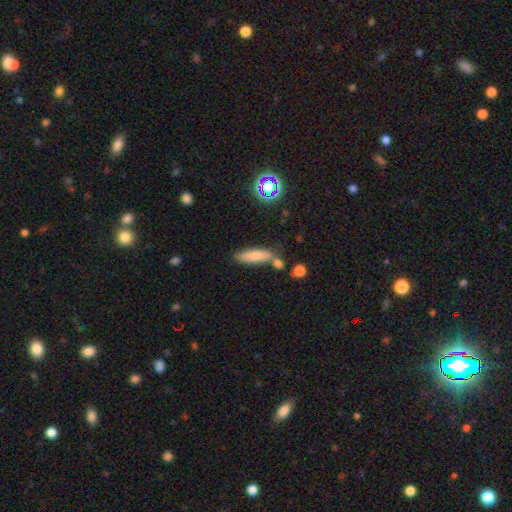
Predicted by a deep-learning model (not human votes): Smooth or featured: smooth — 76% (featured or disk — 15%)
How rounded: cigar-shaped — 60% (in between — 38%)
Merging: none — 63% (merger — 17%)